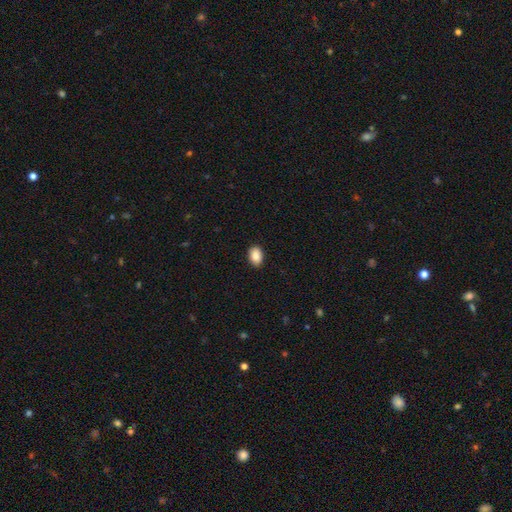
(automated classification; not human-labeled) A smooth galaxy with no disk features (90%) that is in between round and cigar-shaped (85%). Merging: none (89%).